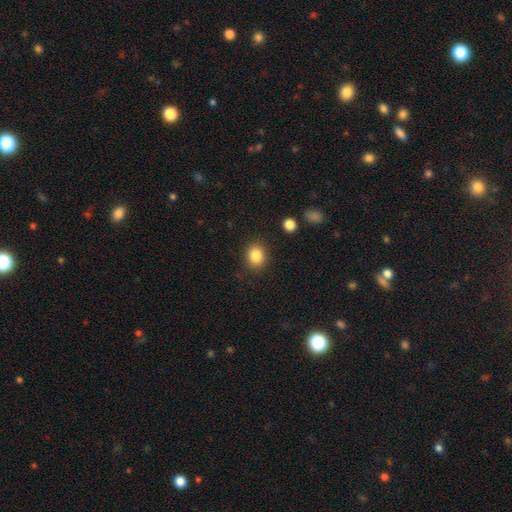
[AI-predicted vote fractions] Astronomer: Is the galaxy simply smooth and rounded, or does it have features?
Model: smooth — 85%.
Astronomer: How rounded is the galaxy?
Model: round — 68%.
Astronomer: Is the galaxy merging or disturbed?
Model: none — 87%.